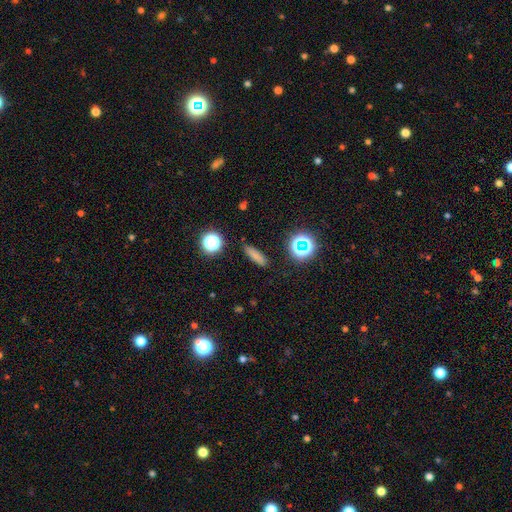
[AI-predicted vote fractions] Smooth or featured? Predicted: smooth (p=0.75). How rounded? Predicted: cigar-shaped (p=0.69). Merging? Predicted: none (p=0.87).